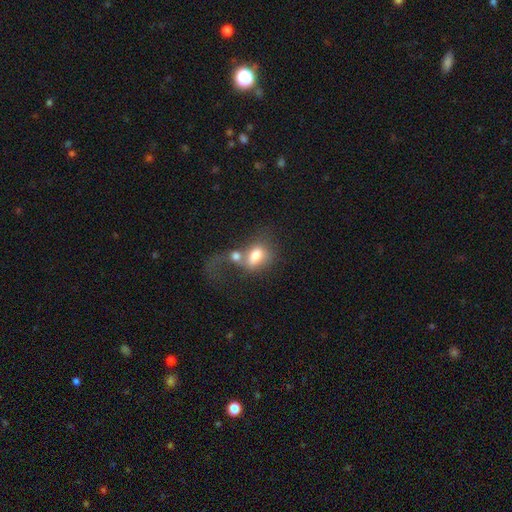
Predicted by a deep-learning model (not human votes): This appears to be a smooth galaxy with no disk features (69%) that is in between round and cigar-shaped (74%). Merging: merger (62%).